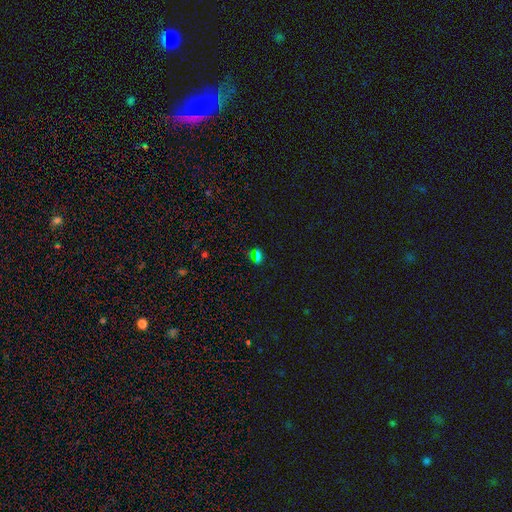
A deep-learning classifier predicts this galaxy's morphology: Smooth or featured? smooth (50%)
How rounded? in between (60%)
Merging? none (73%)